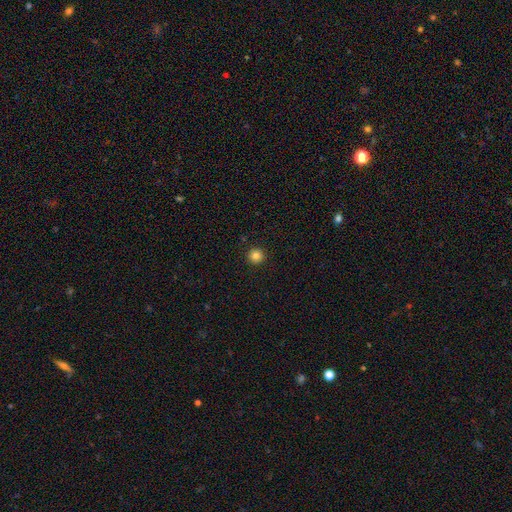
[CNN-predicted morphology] Q: Smooth or featured?
A: smooth (84%); runner-up: star or artifact (12%)
Q: How rounded?
A: round (96%); runner-up: in between (3%)
Q: Merging?
A: none (93%); runner-up: minor disturbance (4%)